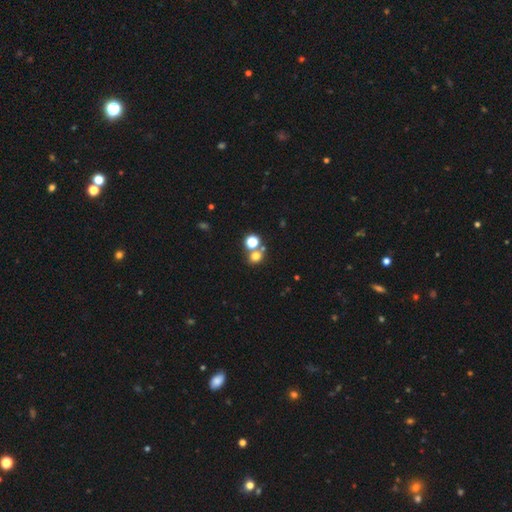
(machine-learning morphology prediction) Overall: smooth (70%). How rounded: round (72%). Merging: none (58%; merger 30%).